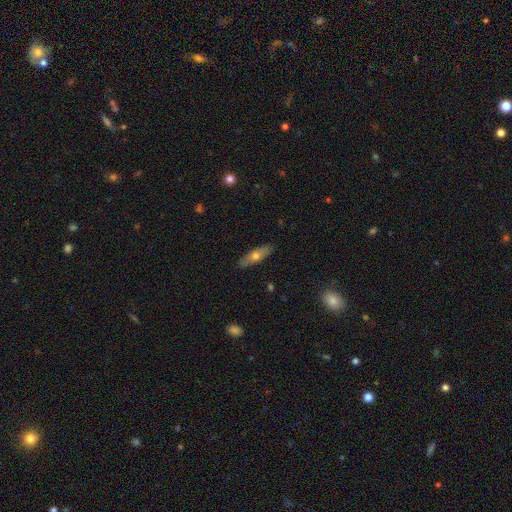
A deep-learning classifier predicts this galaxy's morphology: smooth-or-featured: smooth: 56% | featured or disk: 38% | star or artifact: 6%
  how-rounded: cigar-shaped: 54% | in between: 43% | round: 3%
  merging: none: 88% | minor disturbance: 9% | major disturbance: 2% | merger: 1%